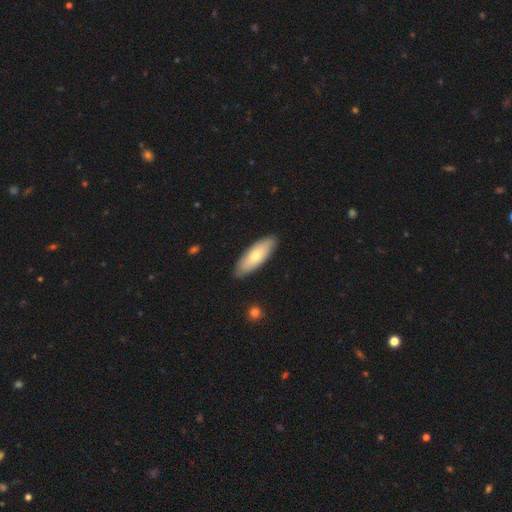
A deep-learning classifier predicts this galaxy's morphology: A smooth galaxy with no disk features (66%) that is in between round and cigar-shaped (67%). Merging: none (87%).